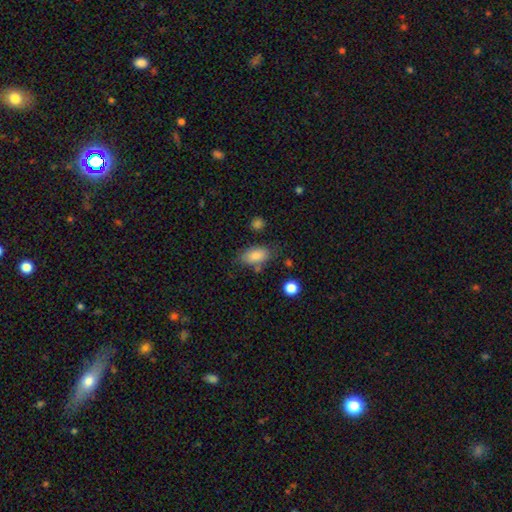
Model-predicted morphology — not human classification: This appears to be a smooth galaxy with no disk features (83%) that is in between round and cigar-shaped (90%). Merging: none (71%).